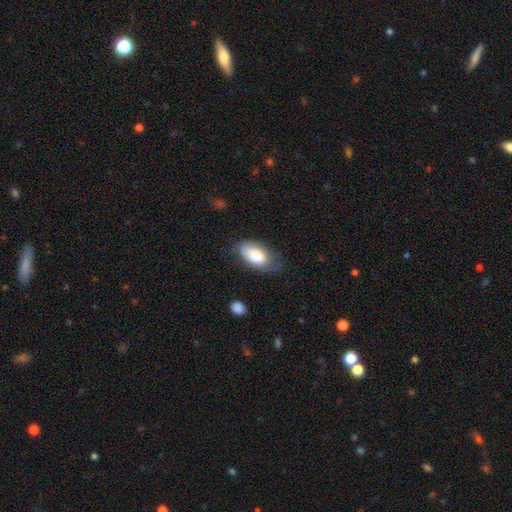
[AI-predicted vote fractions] This appears to be a smooth galaxy with no disk features (80%) that is in between round and cigar-shaped (94%). Merging: none (53%).